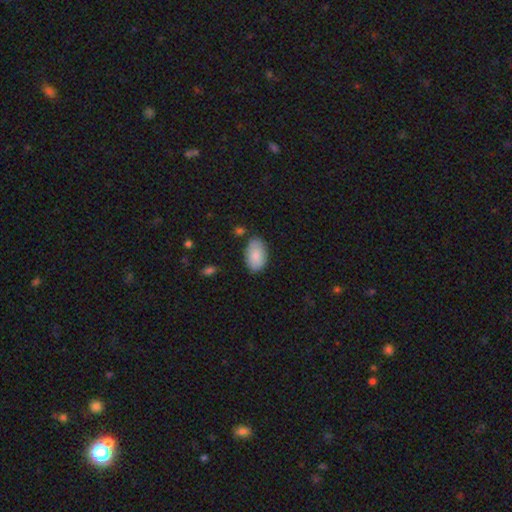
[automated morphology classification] smooth_or_featured: smooth (p=0.86) [alt: featured or disk p=0.08]
how_rounded: in between (p=0.93) [alt: round p=0.05]
merging: none (p=0.77) [alt: minor disturbance p=0.16]